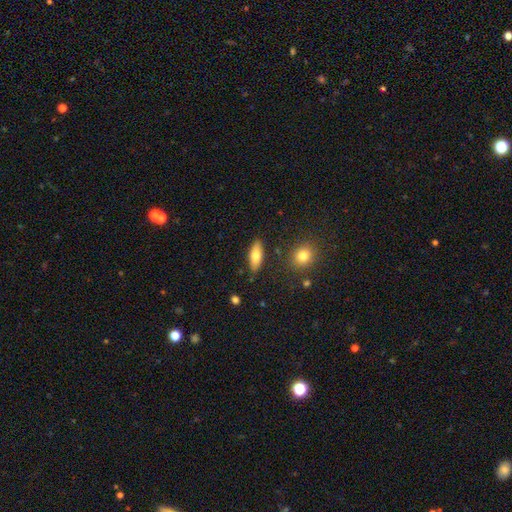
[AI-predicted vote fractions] This is likely a smooth galaxy (73%). How rounded: likely in between (75%). Merging: clearly none (84%).